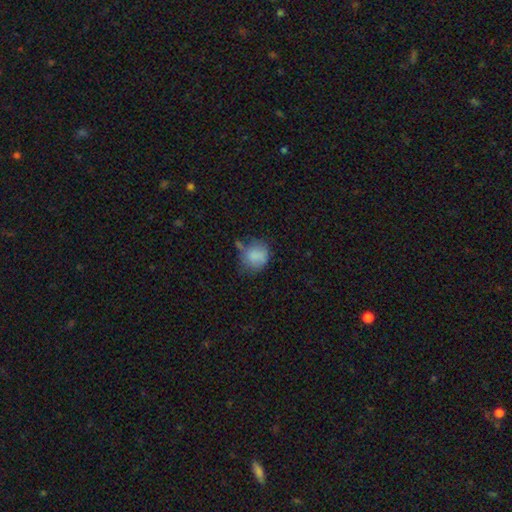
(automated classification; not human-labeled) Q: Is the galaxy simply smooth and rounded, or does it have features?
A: smooth — 82%.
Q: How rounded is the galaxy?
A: round — 76%.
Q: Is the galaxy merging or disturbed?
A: none — 49%.